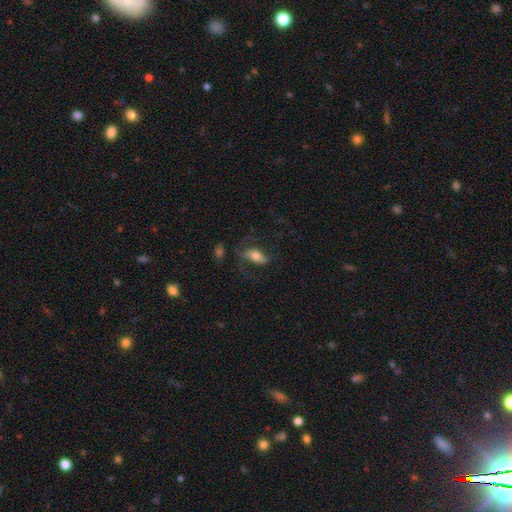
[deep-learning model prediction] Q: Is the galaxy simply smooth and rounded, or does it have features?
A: smooth — 53%.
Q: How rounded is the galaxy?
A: in between — 82%.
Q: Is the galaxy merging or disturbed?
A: none — 50%.